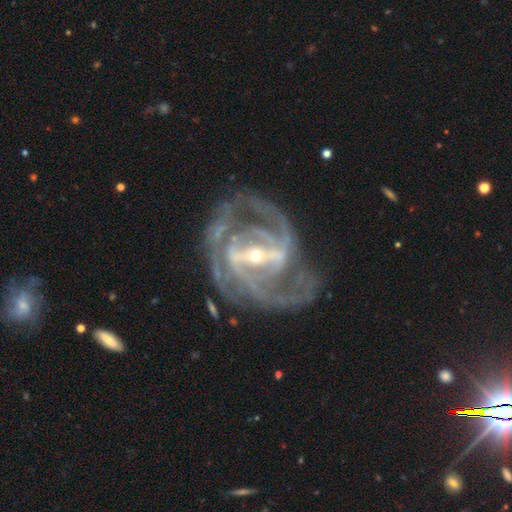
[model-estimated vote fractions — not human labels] Smooth or featured: featured or disk — 92% (star or artifact — 5%)
Edge-on disk: no — 97% (yes — 3%)
Bar: strong — 74% (weak — 20%)
Spiral arms: yes — 97% (no — 3%)
Spiral winding: medium — 47% (tight — 43%)
Spiral arm count: 2 — 37% (3 — 25%)
Bulge size: small — 71% (moderate — 25%)
Merging: none — 63% (minor disturbance — 18%)